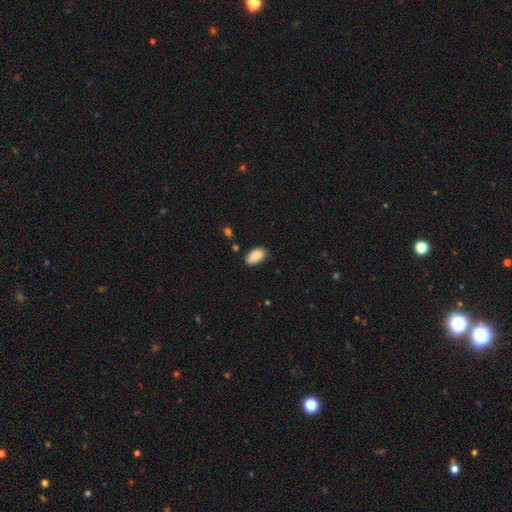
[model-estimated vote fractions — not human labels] Q: Smooth or featured?
A: smooth (88%); runner-up: star or artifact (7%)
Q: How rounded?
A: in between (94%); runner-up: round (3%)
Q: Merging?
A: none (81%); runner-up: minor disturbance (15%)